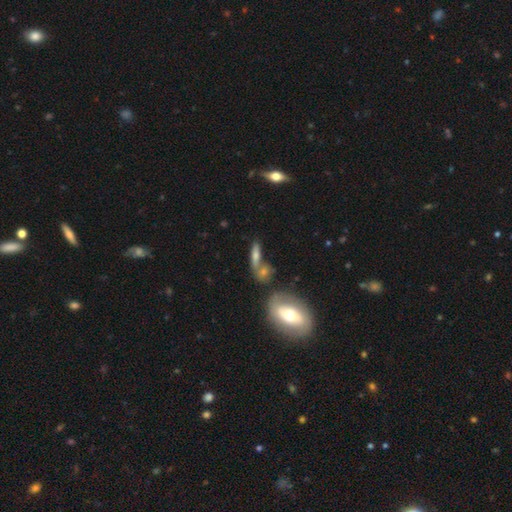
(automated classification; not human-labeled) This is possibly a smooth galaxy (46%). Merging: possibly none (48%).